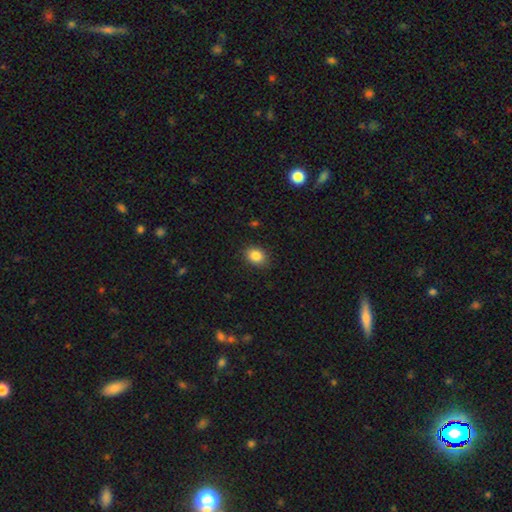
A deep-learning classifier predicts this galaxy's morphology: smooth 86%, star or artifact 9%, featured or disk 5%. Down the decision tree: how rounded — in between (54%); merging — none (87%).